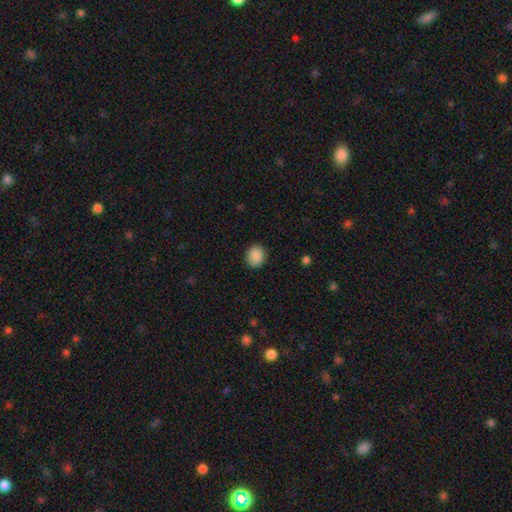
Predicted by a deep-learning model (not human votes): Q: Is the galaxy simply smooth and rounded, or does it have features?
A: smooth — 89%.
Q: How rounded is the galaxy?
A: round — 70%.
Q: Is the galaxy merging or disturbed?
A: none — 89%.